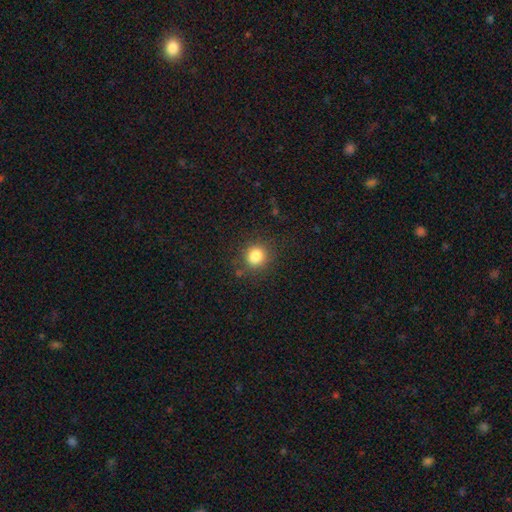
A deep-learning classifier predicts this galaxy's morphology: Smooth or featured? smooth (84%)
How rounded? round (80%)
Merging? none (80%)